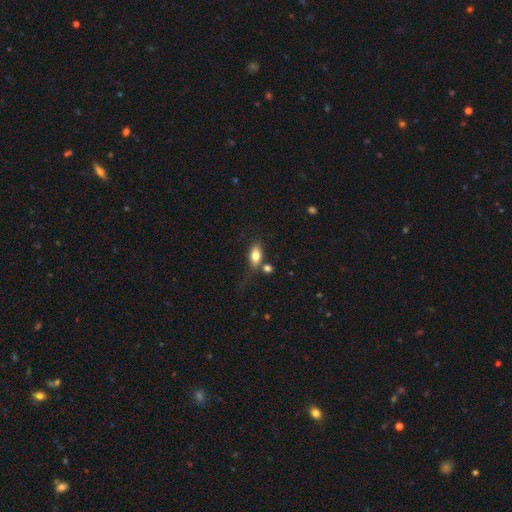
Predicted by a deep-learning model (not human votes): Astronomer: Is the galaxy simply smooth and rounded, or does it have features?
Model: smooth — 77%.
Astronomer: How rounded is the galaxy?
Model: in between — 85%.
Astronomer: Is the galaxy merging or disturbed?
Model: none — 59%.